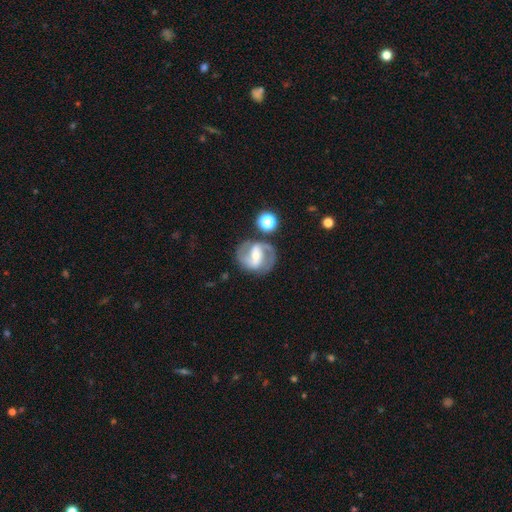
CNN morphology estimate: type=featured or disk (83%); edge-on=no (97%); bar=strong (48%); spiral arms=yes (92%); winding=medium (56%); arm count=2 (89%); bulge=moderate (48%); merging=none (74%).